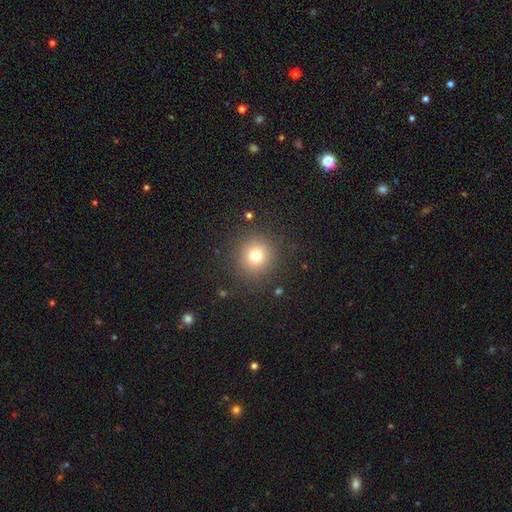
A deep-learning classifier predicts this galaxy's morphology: Smooth or featured? Predicted: smooth (p=0.75). How rounded? Predicted: round (p=0.92). Merging? Predicted: none (p=0.88).